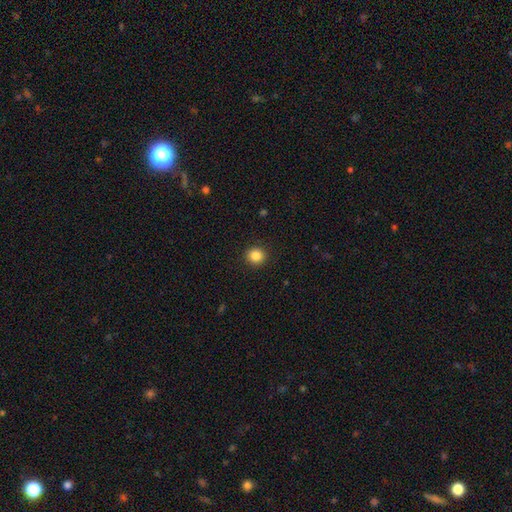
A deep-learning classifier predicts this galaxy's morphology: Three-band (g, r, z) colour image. It shows a smooth galaxy with no disk features (85%) that is round (91%). Merging: none (92%).